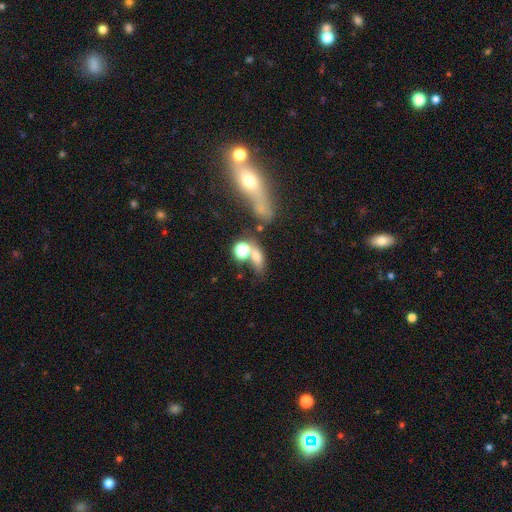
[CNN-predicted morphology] smooth_or_featured: smooth (p=0.65) [alt: star or artifact p=0.20]
how_rounded: in between (p=0.60) [alt: round p=0.27]
merging: none (p=0.41) [alt: merger p=0.36]